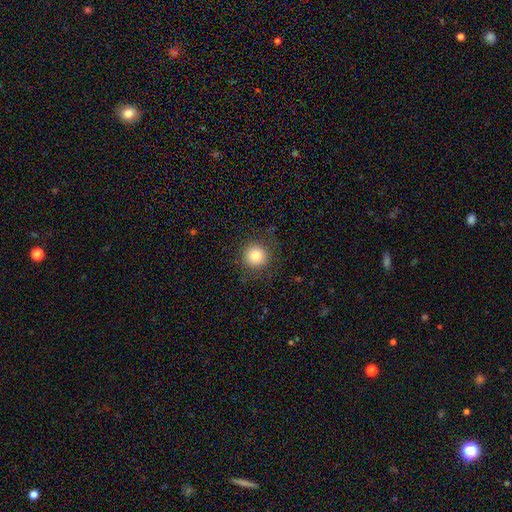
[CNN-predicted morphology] Q: Smooth or featured?
A: smooth (80%); runner-up: star or artifact (12%)
Q: How rounded?
A: round (95%); runner-up: in between (4%)
Q: Merging?
A: none (87%); runner-up: minor disturbance (8%)